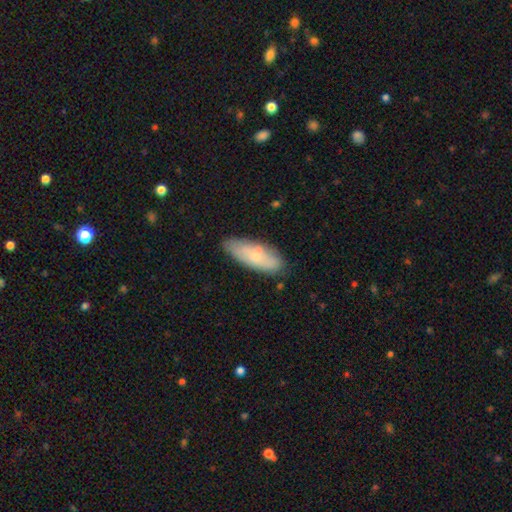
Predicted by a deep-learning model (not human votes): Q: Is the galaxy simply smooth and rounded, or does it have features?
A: smooth — 64%.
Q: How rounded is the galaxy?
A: in between — 71%.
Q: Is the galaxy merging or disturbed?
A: none — 74%.